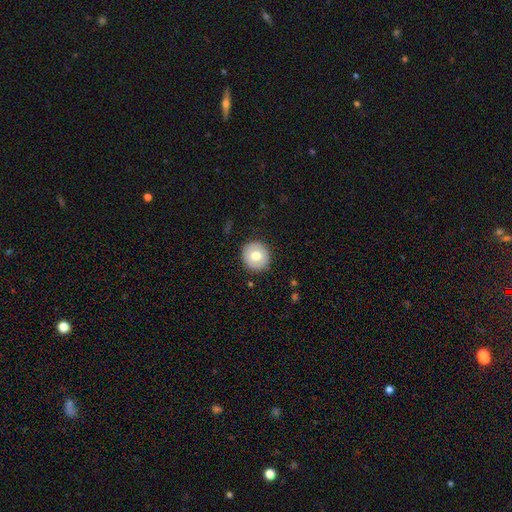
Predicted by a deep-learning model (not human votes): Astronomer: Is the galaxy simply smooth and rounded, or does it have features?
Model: smooth — 73%.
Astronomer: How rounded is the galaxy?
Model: round — 92%.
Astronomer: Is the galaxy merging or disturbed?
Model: none — 90%.